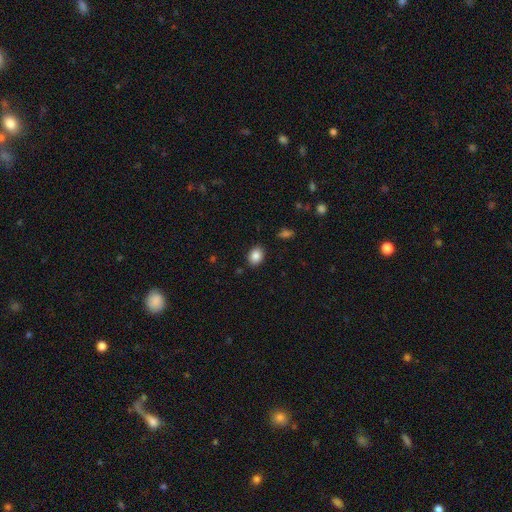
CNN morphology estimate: Smooth or featured: smooth — 86% (star or artifact — 9%)
How rounded: in between — 63% (round — 36%)
Merging: none — 87% (minor disturbance — 9%)